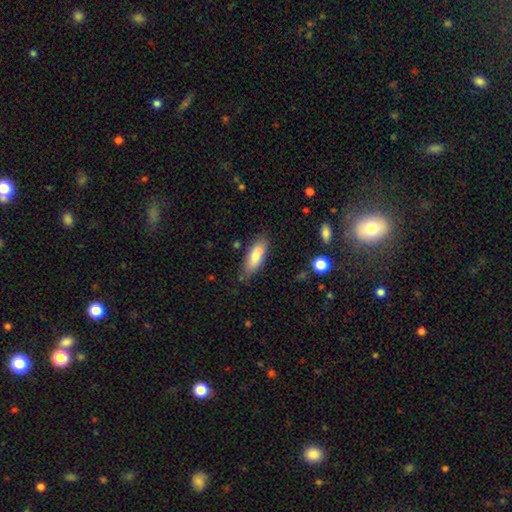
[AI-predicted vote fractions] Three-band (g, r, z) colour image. It shows a smooth galaxy with no disk features (75%) that is in between round and cigar-shaped (66%). Merging: none (71%).